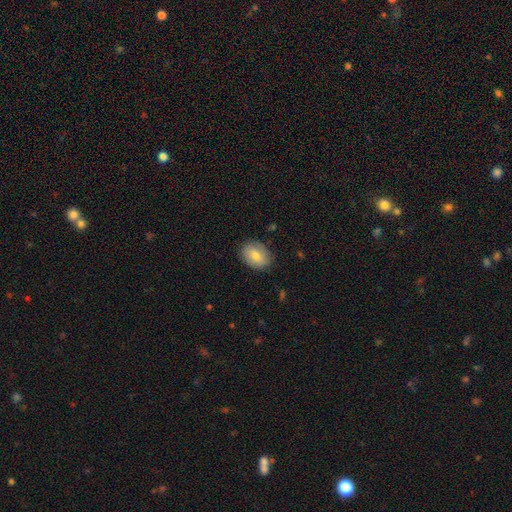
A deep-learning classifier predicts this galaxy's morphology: Smooth or featured?
  - smooth: 76% *
  - featured or disk: 17%
  - star or artifact: 7%
How rounded?
  - in between: 72% *
  - round: 27%
  - cigar-shaped: 1%
Merging?
  - none: 84% *
  - minor disturbance: 12%
  - major disturbance: 3%
  - merger: 1%